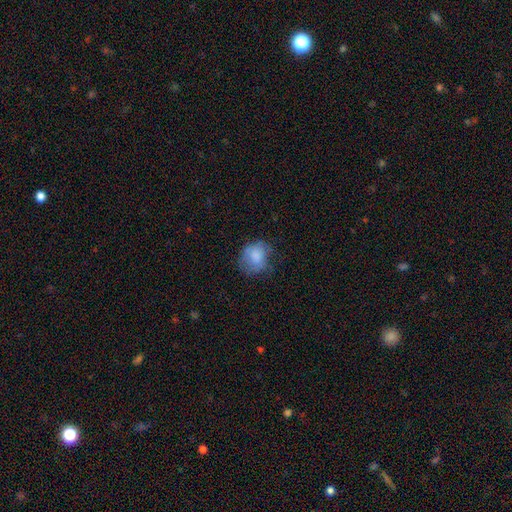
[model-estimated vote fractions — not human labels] This is likely a smooth galaxy (76%). How rounded: likely round (62%). Merging: possibly none (52%).